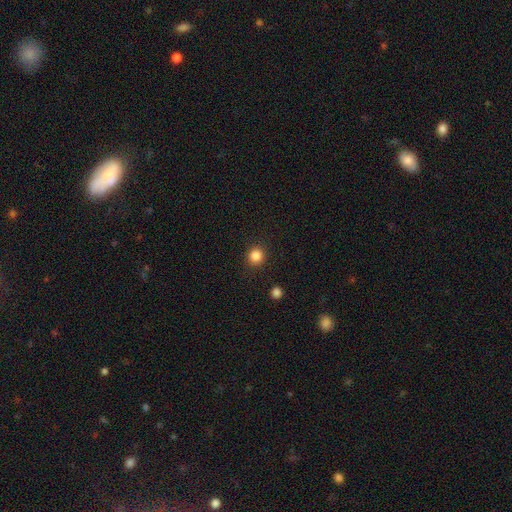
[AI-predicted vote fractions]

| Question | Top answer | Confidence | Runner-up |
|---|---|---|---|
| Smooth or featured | smooth | 85% | star or artifact (12%) |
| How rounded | round | 92% | in between (7%) |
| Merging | none | 90% | minor disturbance (6%) |